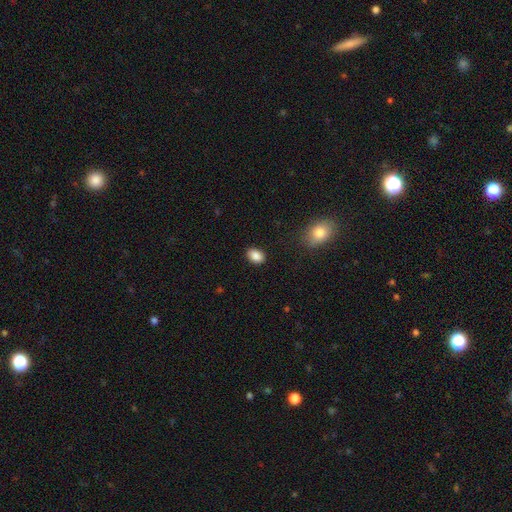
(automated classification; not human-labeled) The model was most divided on "how rounded": in between: 83%, round: 16%, cigar-shaped: 1%. More confident: smooth or featured — smooth (88%); merging — none (87%).